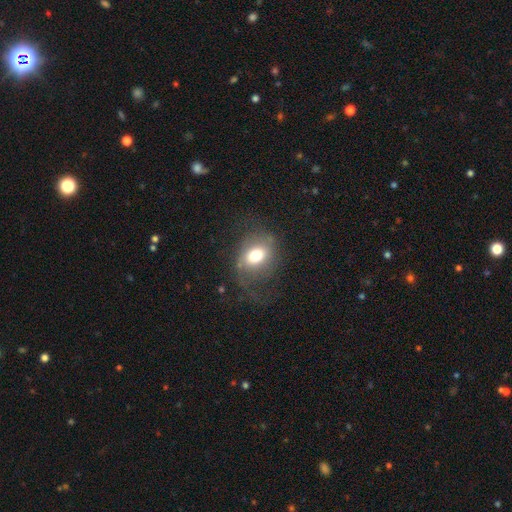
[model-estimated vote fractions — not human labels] The model was most divided on "how rounded": in between: 57%, round: 41%, cigar-shaped: 1%. More confident: smooth or featured — smooth (65%); merging — none (52%).